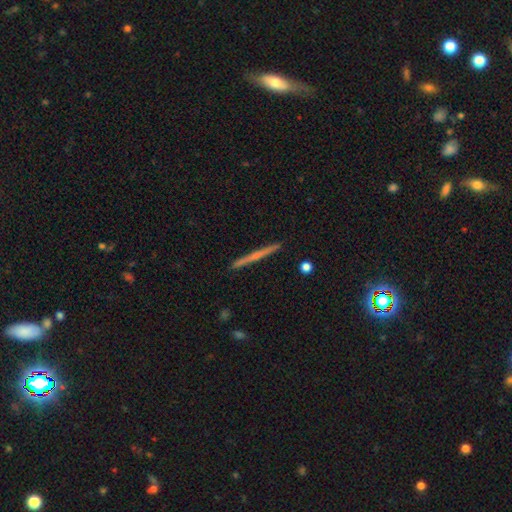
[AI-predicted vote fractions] Smooth or featured? Predicted: featured or disk (p=0.64). Edge-on disk? Predicted: yes (p=0.98). Edge-on bulge? Predicted: rounded (p=0.47, tied with none). Merging? Predicted: none (p=0.92).